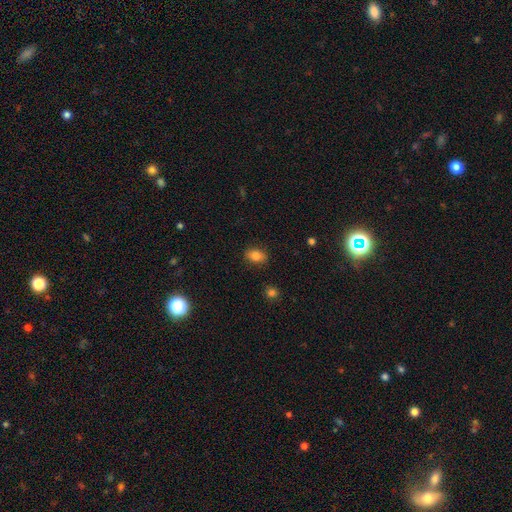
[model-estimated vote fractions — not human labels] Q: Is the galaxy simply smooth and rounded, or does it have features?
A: smooth — 83%.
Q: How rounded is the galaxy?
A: in between — 81%.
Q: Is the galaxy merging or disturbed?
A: none — 85%.